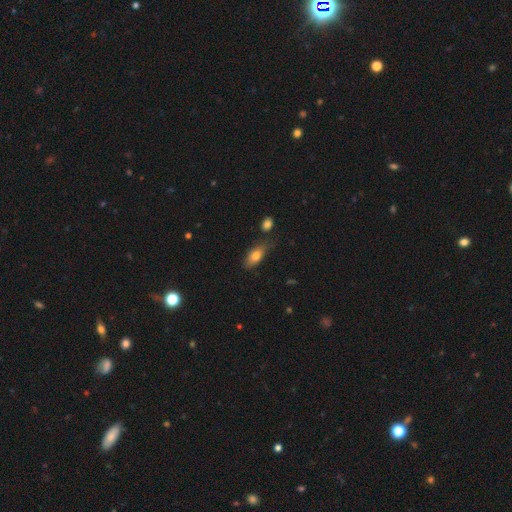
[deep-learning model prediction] A smooth galaxy with no disk features (76%) that is in between round and cigar-shaped (83%).

Vote fractions:
- Smooth or featured? smooth: 76% / featured or disk: 17% / star or artifact: 8%
- How rounded? in between: 83% / cigar-shaped: 13% / round: 5%
- Merging? none: 63% / minor disturbance: 24% / merger: 7% / major disturbance: 6%